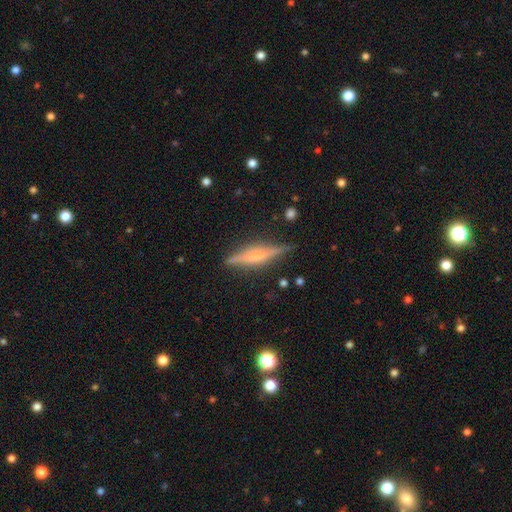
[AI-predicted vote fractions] smooth-or-featured: featured or disk: 68% | smooth: 24% | star or artifact: 8%
  disk-edge-on: yes: 96% | no: 4%
    edge-on-bulge: rounded: 58% | boxy: 23% | none: 19%
  merging: none: 83% | minor disturbance: 12% | major disturbance: 3% | merger: 2%